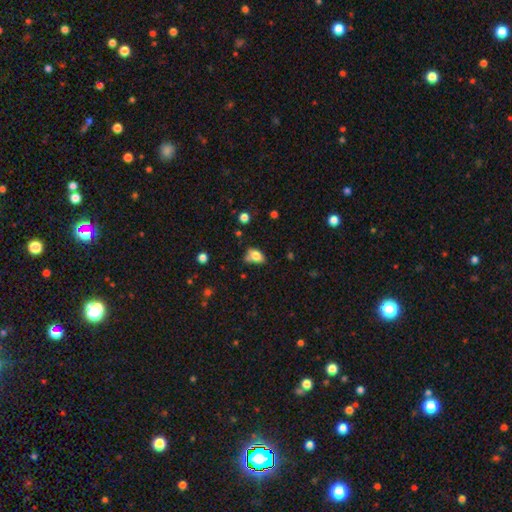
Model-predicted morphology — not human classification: smooth_or_featured: smooth (p=0.78) [alt: featured or disk p=0.12]
how_rounded: in between (p=0.83) [alt: round p=0.14]
merging: none (p=0.46) [alt: minor disturbance p=0.31]